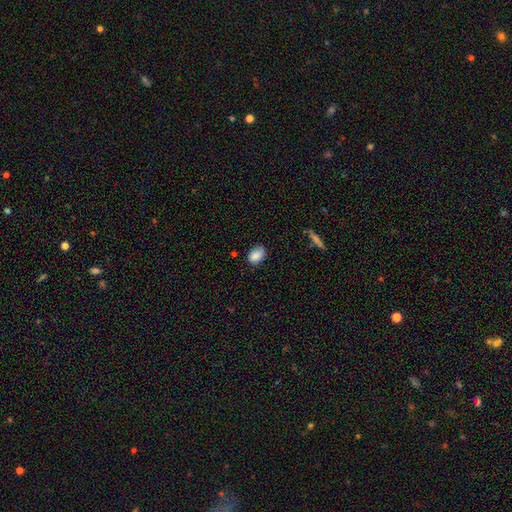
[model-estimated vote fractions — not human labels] Overall: smooth (86%). How rounded: in between (81%). Merging: none (75%).